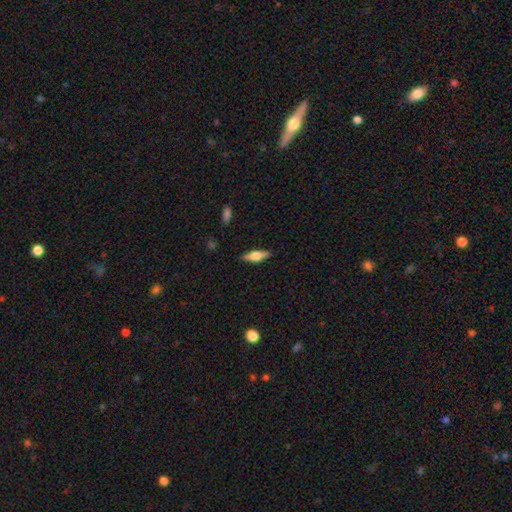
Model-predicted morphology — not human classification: type=featured or disk (47%); merging=none (88%).